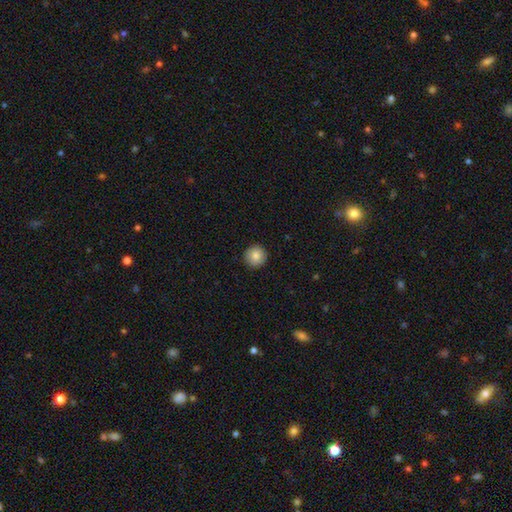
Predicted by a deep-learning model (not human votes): Overall: smooth (85%). How rounded: round (95%). Merging: none (92%).